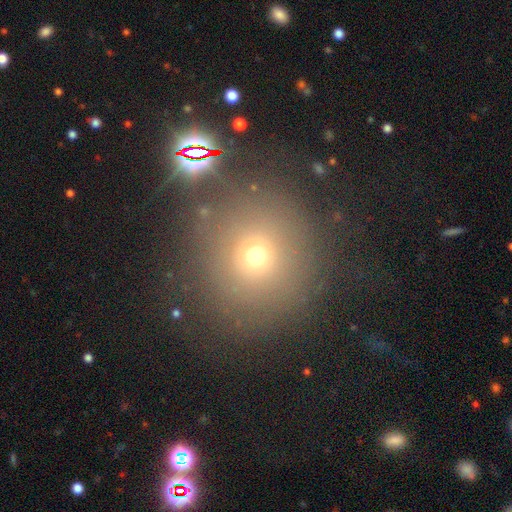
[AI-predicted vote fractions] smooth_or_featured: smooth (p=0.61) [alt: star or artifact p=0.28]
how_rounded: round (p=0.92) [alt: in between p=0.07]
merging: none (p=0.82) [alt: minor disturbance p=0.09]